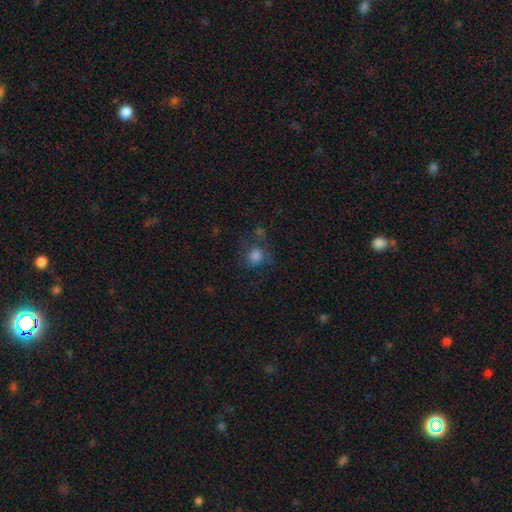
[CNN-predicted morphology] A smooth galaxy with no disk features (67%) that is round (79%).

Vote fractions:
- Smooth or featured? smooth: 67% / featured or disk: 17% / star or artifact: 16%
- How rounded? round: 79% / in between: 20% / cigar-shaped: 1%
- Merging? none: 50% / major disturbance: 24% / minor disturbance: 20% / merger: 7%